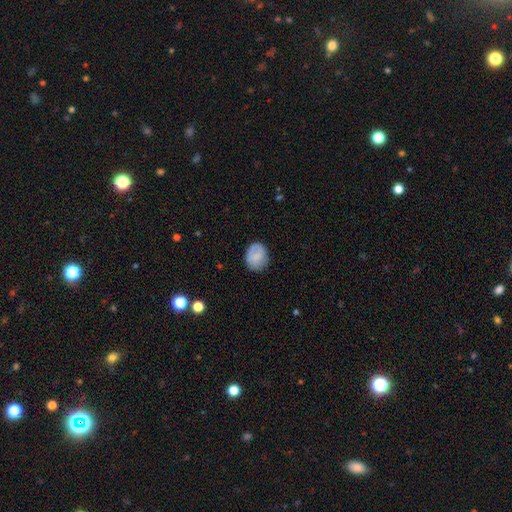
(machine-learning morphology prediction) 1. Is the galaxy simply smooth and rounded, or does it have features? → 75% smooth, 18% featured or disk, 8% star or artifact.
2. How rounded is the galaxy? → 58% round, 41% in between, 1% cigar-shaped.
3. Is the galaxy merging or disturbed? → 75% none, 18% minor disturbance, 6% major disturbance, 1% merger.